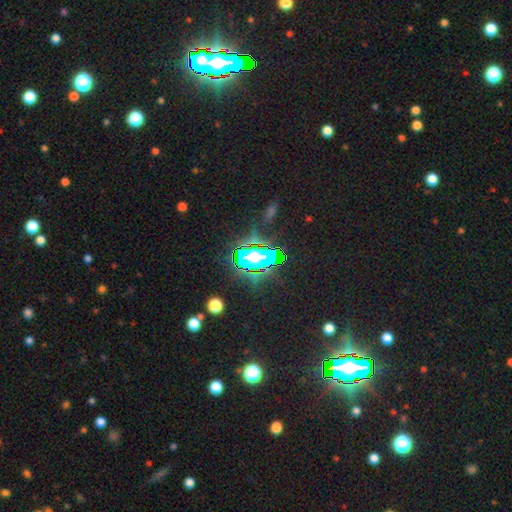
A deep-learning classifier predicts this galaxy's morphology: Overall: star or artifact (58%; smooth 27%).